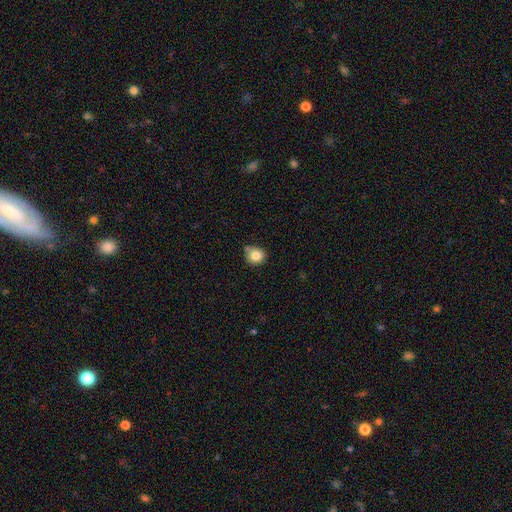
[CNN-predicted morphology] Smooth or featured?
  - smooth: 83% *
  - star or artifact: 10%
  - featured or disk: 7%
How rounded?
  - round: 84% *
  - in between: 15%
  - cigar-shaped: 1%
Merging?
  - none: 72% *
  - minor disturbance: 19%
  - merger: 6%
  - major disturbance: 3%